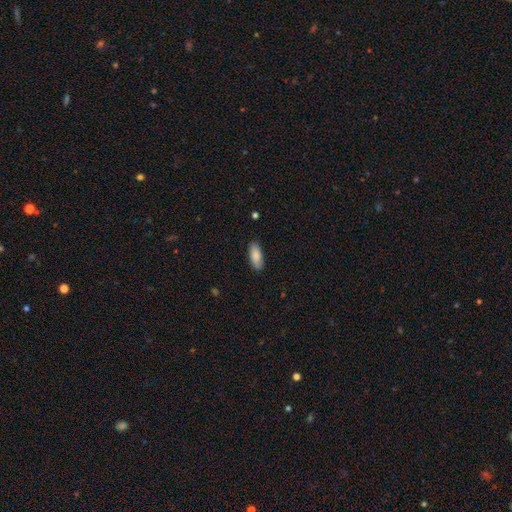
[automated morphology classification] Smooth or featured: smooth — 87% (featured or disk — 7%)
How rounded: in between — 79% (cigar-shaped — 20%)
Merging: none — 87% (minor disturbance — 10%)